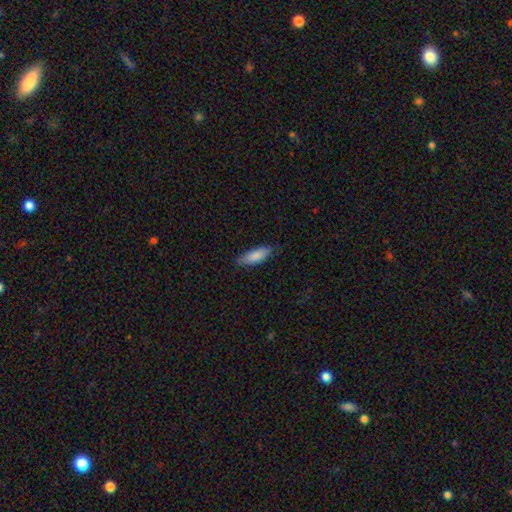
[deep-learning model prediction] The model was most divided on "how rounded": in between: 58%, cigar-shaped: 40%, round: 2%. More confident: smooth or featured — smooth (85%); merging — none (81%).